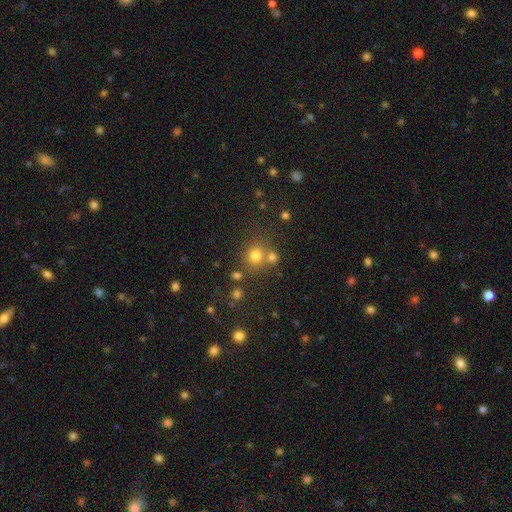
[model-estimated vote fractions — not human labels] Q: Smooth or featured?
A: smooth (74%); runner-up: star or artifact (18%)
Q: How rounded?
A: round (82%); runner-up: in between (17%)
Q: Merging?
A: none (63%); runner-up: merger (24%)